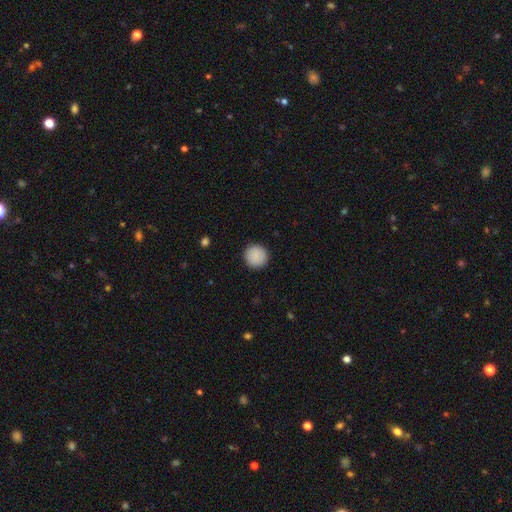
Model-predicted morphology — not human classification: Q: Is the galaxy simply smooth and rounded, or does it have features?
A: smooth — 90%.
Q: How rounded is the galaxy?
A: round — 95%.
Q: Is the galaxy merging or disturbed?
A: none — 92%.